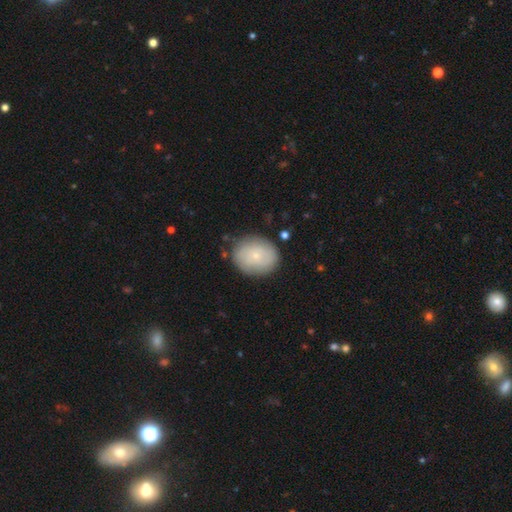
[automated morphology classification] Smooth or featured?
  - smooth: 70% *
  - featured or disk: 23%
  - star or artifact: 7%
How rounded?
  - round: 53% *
  - in between: 46%
  - cigar-shaped: 1%
Merging?
  - none: 79% *
  - minor disturbance: 15%
  - major disturbance: 4%
  - merger: 2%